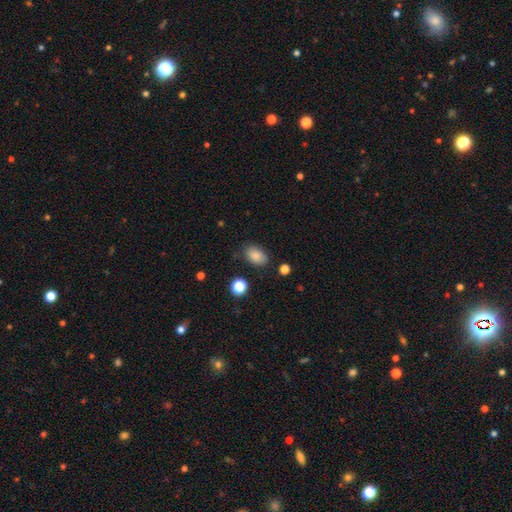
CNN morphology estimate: Smooth or featured?
  - smooth: 85% *
  - star or artifact: 9%
  - featured or disk: 5%
How rounded?
  - in between: 87% *
  - round: 12%
  - cigar-shaped: 1%
Merging?
  - none: 80% *
  - minor disturbance: 14%
  - major disturbance: 4%
  - merger: 2%